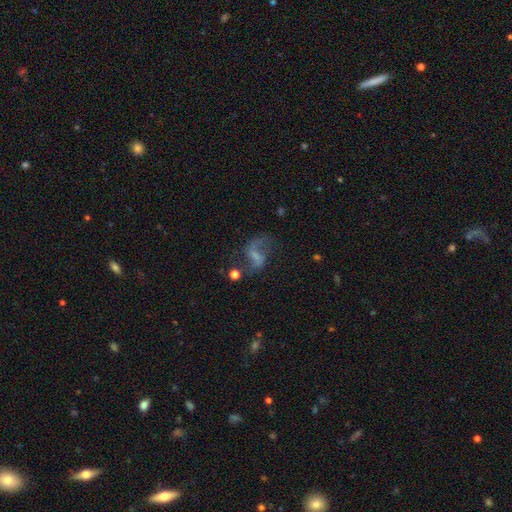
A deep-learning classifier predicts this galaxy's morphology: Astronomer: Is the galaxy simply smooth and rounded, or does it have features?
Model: featured or disk — 67%.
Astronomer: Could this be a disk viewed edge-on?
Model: no — 97%.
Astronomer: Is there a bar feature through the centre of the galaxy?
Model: weak — 46% (runner-up: no, 34%).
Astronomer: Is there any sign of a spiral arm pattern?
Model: yes — 84%.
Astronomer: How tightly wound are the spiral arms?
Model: loose — 71%.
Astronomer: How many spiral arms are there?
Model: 2 — 83%.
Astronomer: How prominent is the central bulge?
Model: none — 44% (runner-up: small, 34%).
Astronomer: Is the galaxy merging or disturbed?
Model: none — 49% (runner-up: major disturbance, 25%).